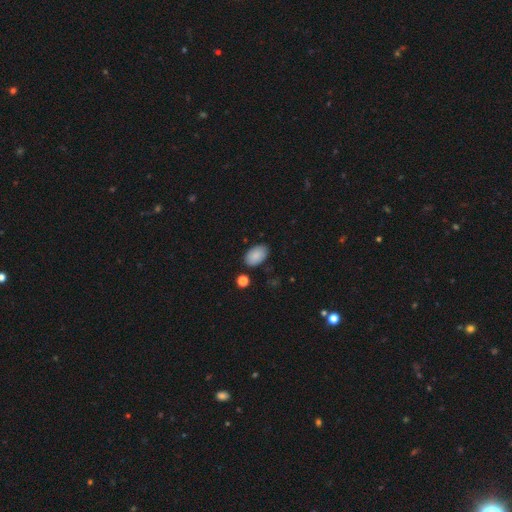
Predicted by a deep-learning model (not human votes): This appears to be a smooth galaxy with no disk features (87%) that is in between round and cigar-shaped (93%). Merging: none (83%).